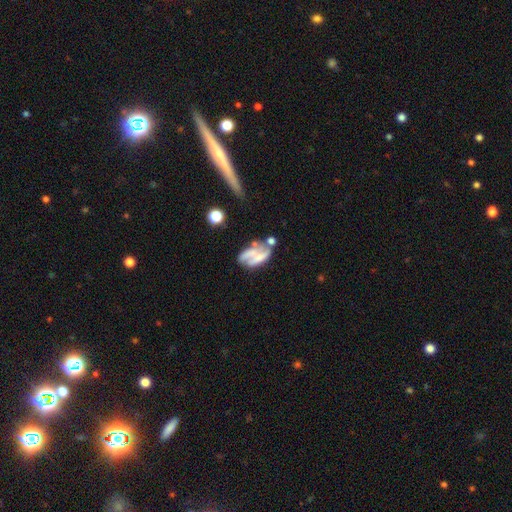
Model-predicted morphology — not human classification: Smooth or featured? featured or disk (59%)
Edge-on disk? no (94%)
Bar? no (64%)
Spiral arms? no (52%)
Bulge size? none (57%)
Merging? none (30%)